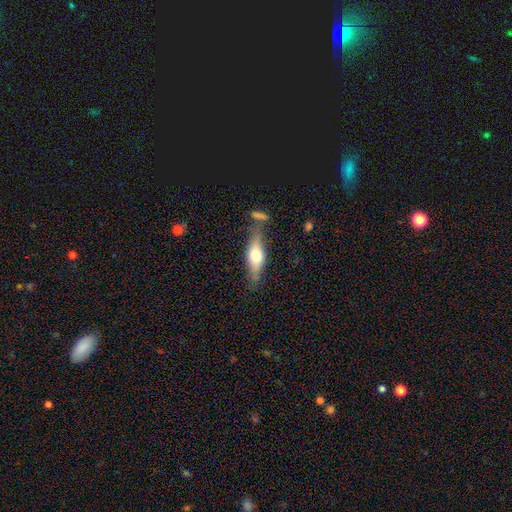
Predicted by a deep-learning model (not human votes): smooth-or-featured: smooth: 52% | featured or disk: 42% | star or artifact: 7%
  how-rounded: in between: 53% | cigar-shaped: 44% | round: 3%
  merging: none: 66% | minor disturbance: 19% | merger: 10% | major disturbance: 6%